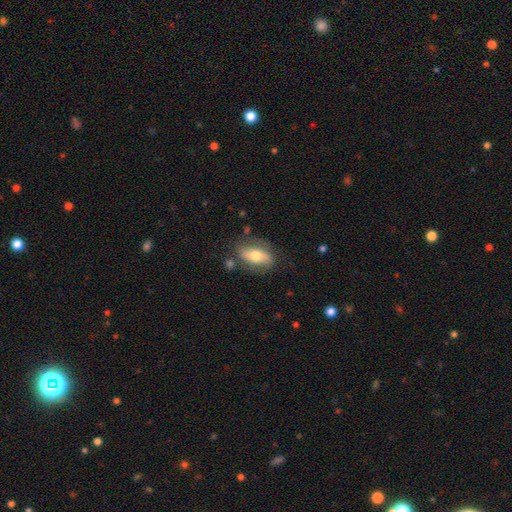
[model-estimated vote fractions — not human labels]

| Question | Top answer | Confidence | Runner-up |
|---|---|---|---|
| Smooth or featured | smooth | 55% | featured or disk (39%) |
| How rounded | in between | 83% | cigar-shaped (10%) |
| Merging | none | 72% | minor disturbance (18%) |